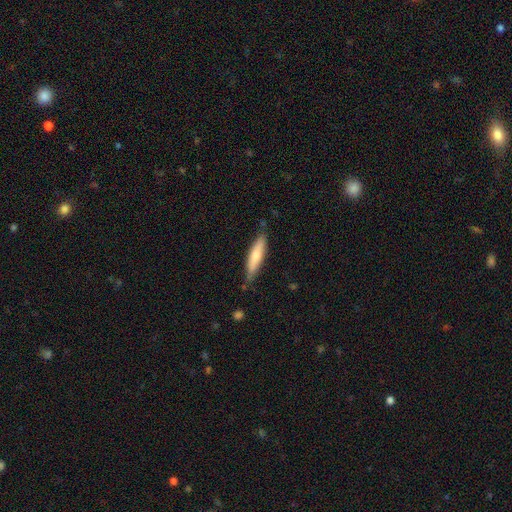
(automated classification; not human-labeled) Q: Smooth or featured?
A: smooth (67%); runner-up: featured or disk (28%)
Q: How rounded?
A: cigar-shaped (76%); runner-up: in between (22%)
Q: Merging?
A: none (77%); runner-up: minor disturbance (18%)